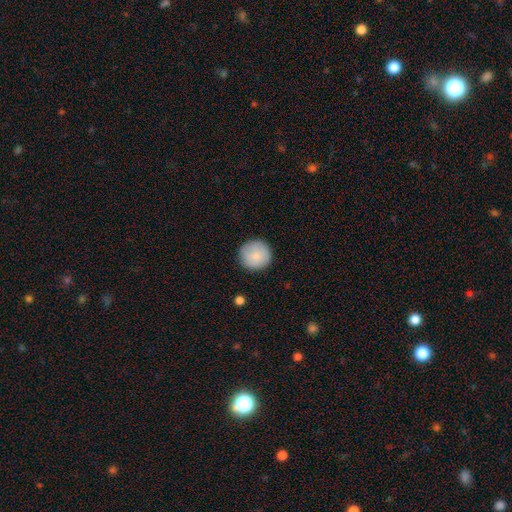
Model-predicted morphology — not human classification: The model was most divided on "smooth or featured": smooth: 86%, featured or disk: 8%, star or artifact: 6%. More confident: how rounded — round (95%); merging — none (88%).